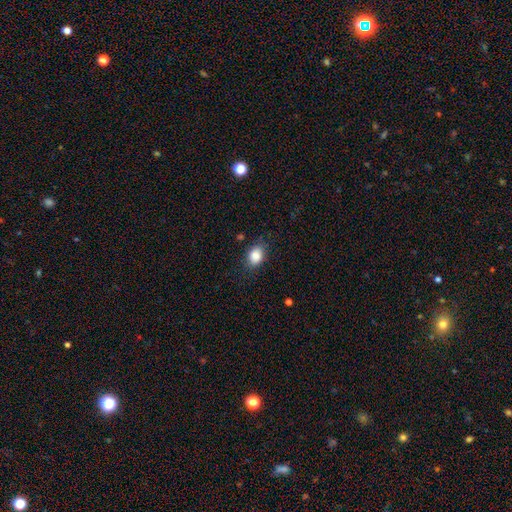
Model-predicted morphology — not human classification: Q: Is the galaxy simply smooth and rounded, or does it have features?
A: smooth — 86%.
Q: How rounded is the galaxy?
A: in between — 68%.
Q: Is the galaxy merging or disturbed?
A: none — 77%.